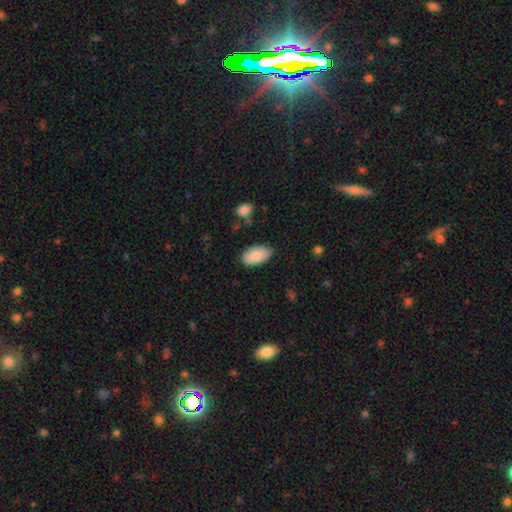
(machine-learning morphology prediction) This is clearly a smooth galaxy (86%). How rounded: clearly in between (95%). Merging: clearly none (81%).